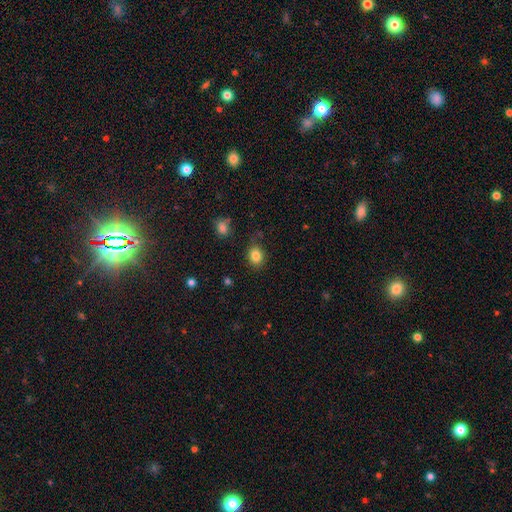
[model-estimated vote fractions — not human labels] smooth-or-featured: smooth: 84% | star or artifact: 11% | featured or disk: 6%
  how-rounded: round: 60% | in between: 39% | cigar-shaped: 1%
  merging: none: 80% | minor disturbance: 14% | major disturbance: 3% | merger: 3%